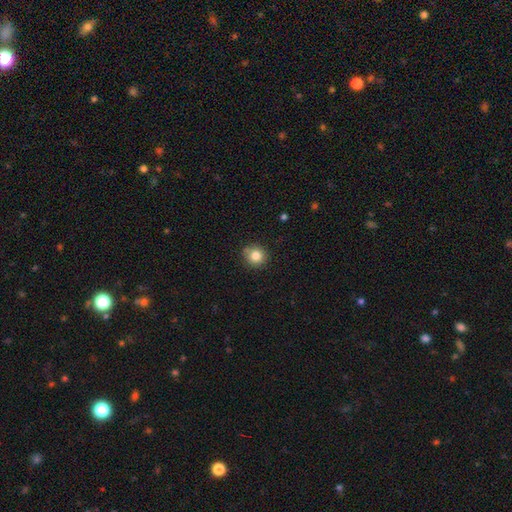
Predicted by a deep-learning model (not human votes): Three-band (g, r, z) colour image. It shows a smooth galaxy with no disk features (83%) that is round (92%). Merging: none (81%).